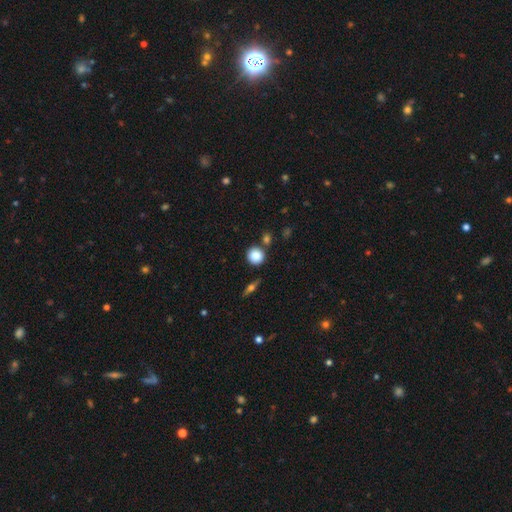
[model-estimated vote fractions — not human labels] Smooth or featured? Predicted: smooth (p=0.85). How rounded? Predicted: round (p=0.88). Merging? Predicted: none (p=0.77).